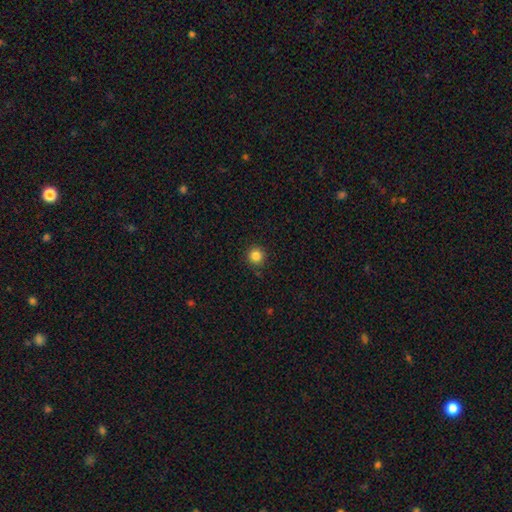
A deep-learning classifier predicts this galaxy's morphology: Smooth or featured? smooth (85%)
How rounded? round (94%)
Merging? none (90%)